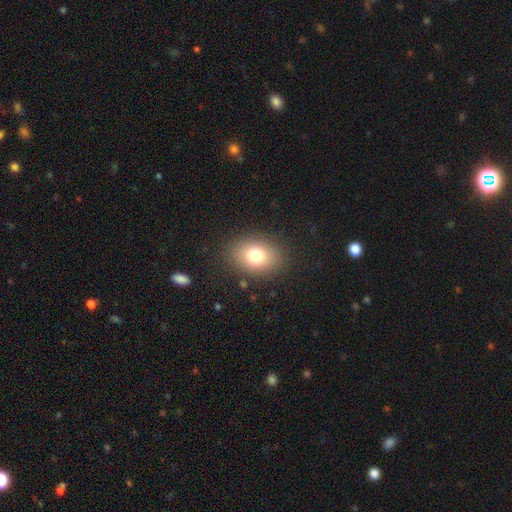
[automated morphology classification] smooth_or_featured: smooth (p=0.77) [alt: featured or disk p=0.12]
how_rounded: in between (p=0.68) [alt: round p=0.31]
merging: none (p=0.86) [alt: minor disturbance p=0.09]